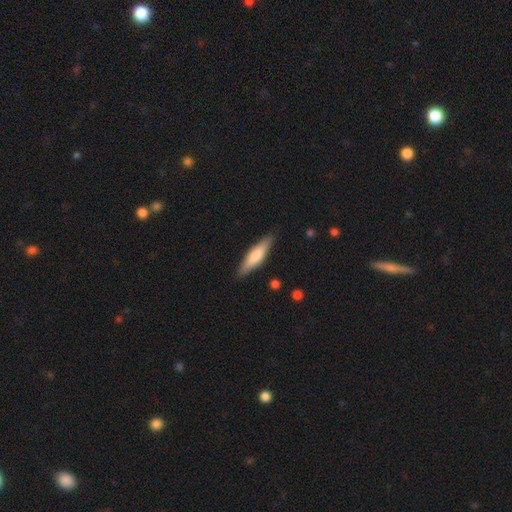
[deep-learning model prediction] Morphology: type=smooth (65%); roundness=cigar-shaped (74%); merging=none (88%).